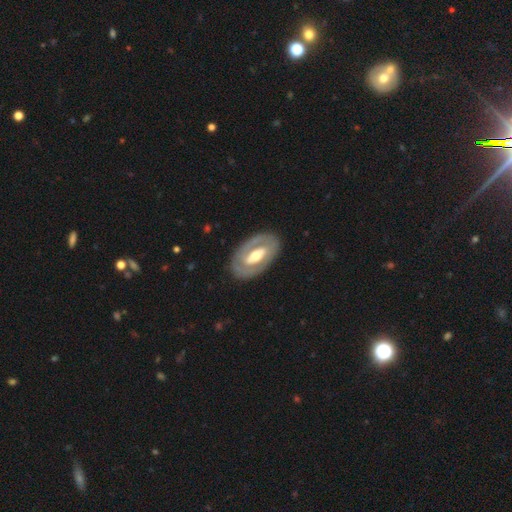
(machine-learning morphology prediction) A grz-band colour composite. It shows a featured or disk galaxy (67%) with no bar (38%), no spiral arms (72%) and a moderate central bulge (64%). Merging: none (83%).